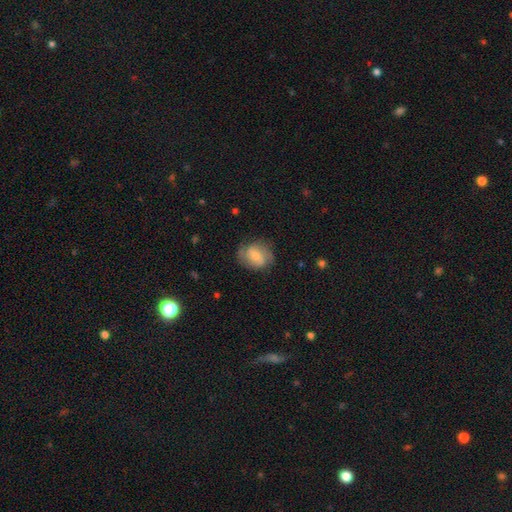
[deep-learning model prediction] featured or disk 50%, smooth 42%, star or artifact 7%. Down the decision tree: edge-on disk — no (96%); merging — none (71%).